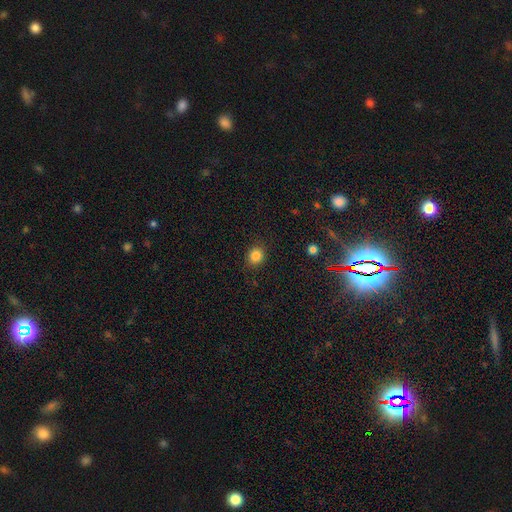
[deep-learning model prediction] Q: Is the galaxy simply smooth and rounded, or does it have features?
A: smooth — 85%.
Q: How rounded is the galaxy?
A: round — 72%.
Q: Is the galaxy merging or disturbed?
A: none — 86%.